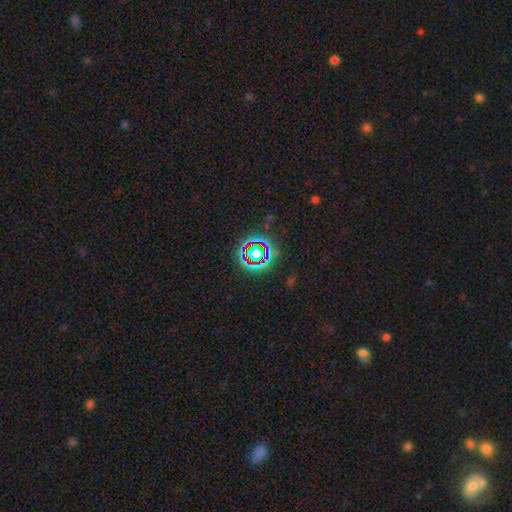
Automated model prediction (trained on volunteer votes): Smooth or featured? star or artifact (71%)